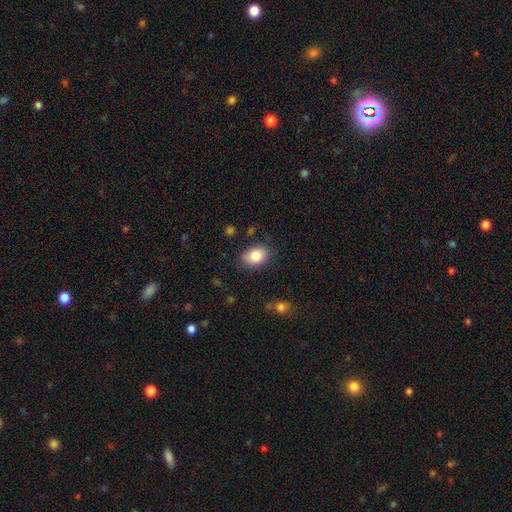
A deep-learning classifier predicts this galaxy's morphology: A smooth galaxy with no disk features (85%) that is in between round and cigar-shaped (76%). Merging: none (81%).